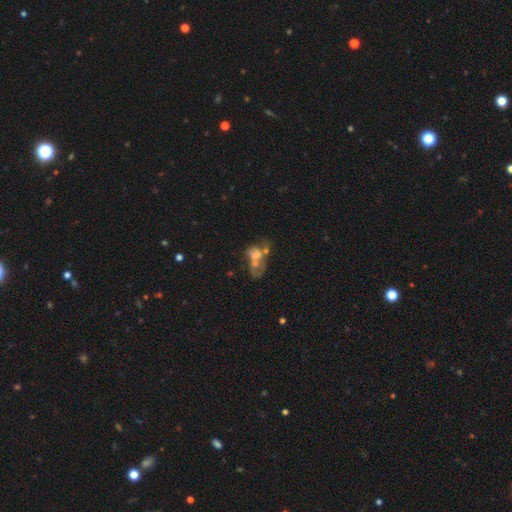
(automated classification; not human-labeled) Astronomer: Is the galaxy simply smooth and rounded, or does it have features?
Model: smooth — 45% (runner-up: featured or disk, 40%).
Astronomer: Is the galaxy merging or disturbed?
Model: merger — 56%.